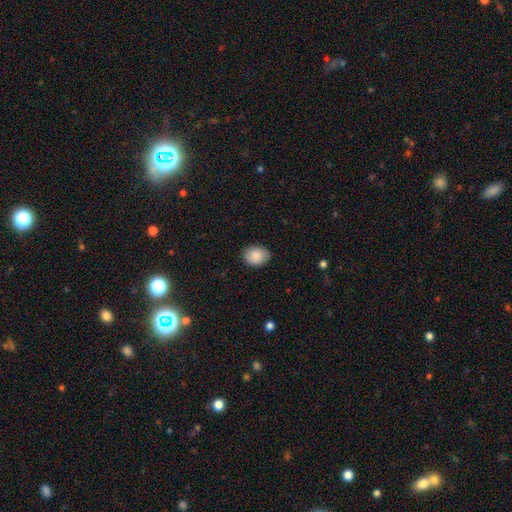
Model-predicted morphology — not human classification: type=smooth (89%); roundness=in between (60%); merging=none (86%).